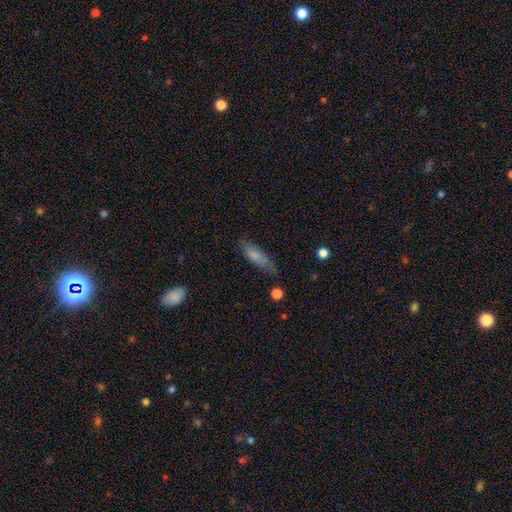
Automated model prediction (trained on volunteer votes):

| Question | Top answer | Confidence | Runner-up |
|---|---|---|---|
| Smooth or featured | smooth | 73% | featured or disk (19%) |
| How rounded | cigar-shaped | 52% | in between (45%) |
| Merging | none | 62% | minor disturbance (27%) |